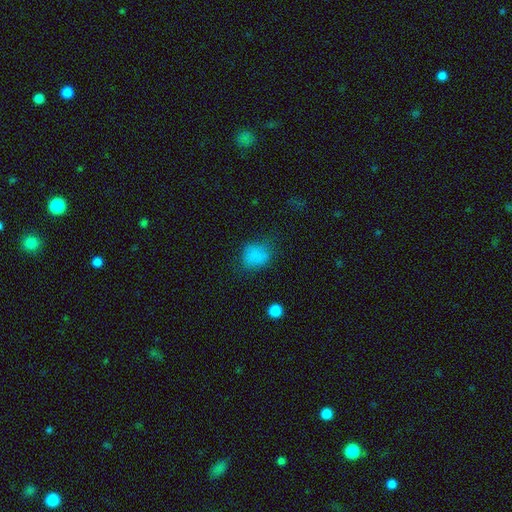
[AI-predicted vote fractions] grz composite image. It shows a smooth galaxy with no disk features (80%) that is round (56%). Merging: none (63%).